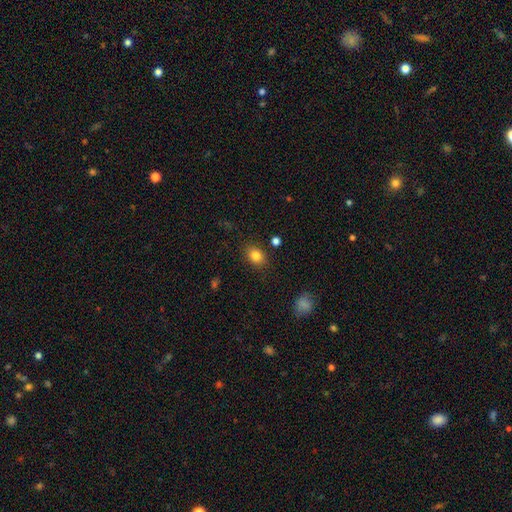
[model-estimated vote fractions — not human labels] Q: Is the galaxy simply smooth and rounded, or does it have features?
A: smooth — 82%.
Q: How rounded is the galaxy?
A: in between — 64%.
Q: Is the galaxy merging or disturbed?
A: none — 85%.